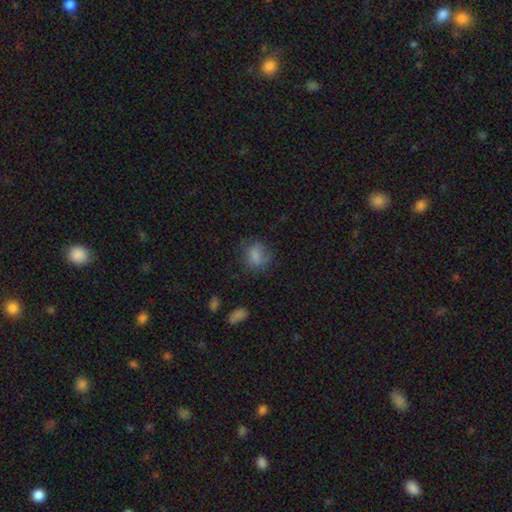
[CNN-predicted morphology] The model was most divided on "how rounded": round: 57%, in between: 42%, cigar-shaped: 1%. More confident: smooth or featured — smooth (72%); merging — none (55%).